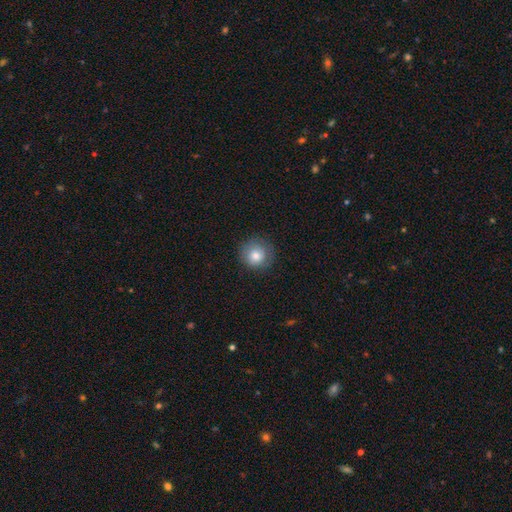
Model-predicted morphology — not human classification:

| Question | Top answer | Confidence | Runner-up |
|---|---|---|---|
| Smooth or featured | smooth | 79% | featured or disk (12%) |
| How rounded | round | 92% | in between (7%) |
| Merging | none | 82% | minor disturbance (13%) |